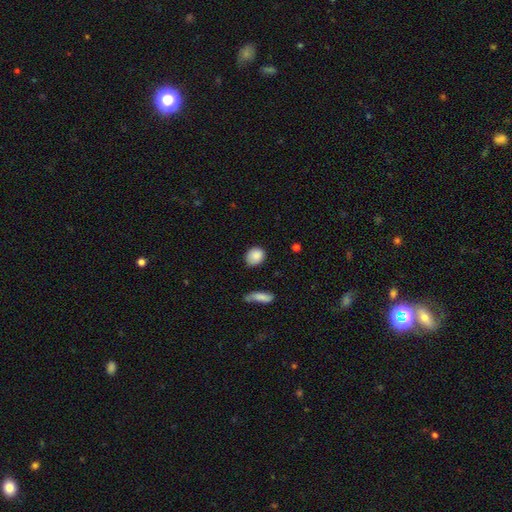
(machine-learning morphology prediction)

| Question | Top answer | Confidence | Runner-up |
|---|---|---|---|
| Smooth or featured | smooth | 87% | star or artifact (7%) |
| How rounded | round | 54% | in between (44%) |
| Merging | none | 77% | minor disturbance (16%) |